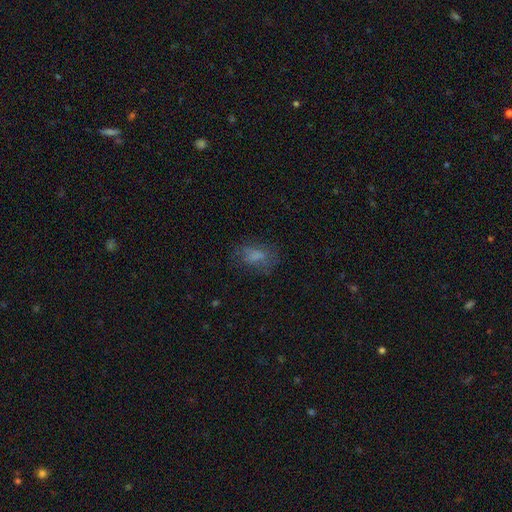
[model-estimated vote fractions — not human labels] A smooth galaxy with no disk features (66%) that is in between round and cigar-shaped (83%).

Vote fractions:
- Smooth or featured? smooth: 66% / featured or disk: 19% / star or artifact: 15%
- How rounded? in between: 83% / round: 14% / cigar-shaped: 4%
- Merging? none: 60% / minor disturbance: 22% / major disturbance: 17% / merger: 2%